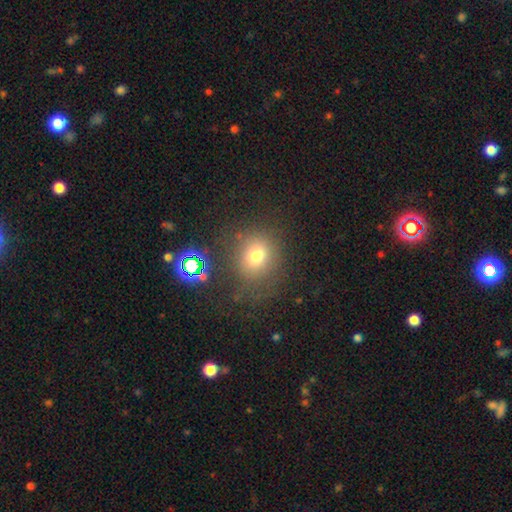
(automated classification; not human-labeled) A smooth galaxy with no disk features (72%) that is round (76%). Merging: none (74%).